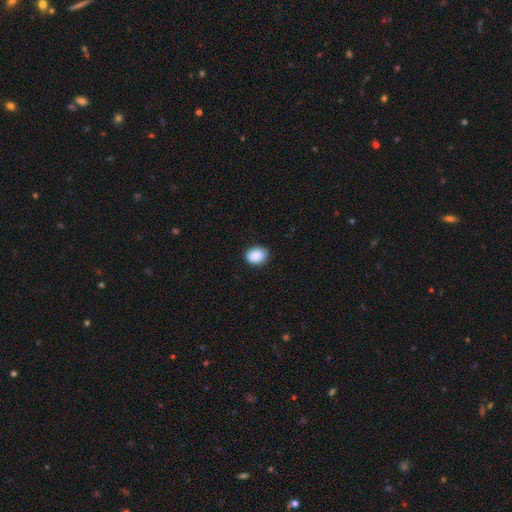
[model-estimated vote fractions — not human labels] Overall: smooth (90%). How rounded: in between (64%; round 35%). Merging: none (84%).